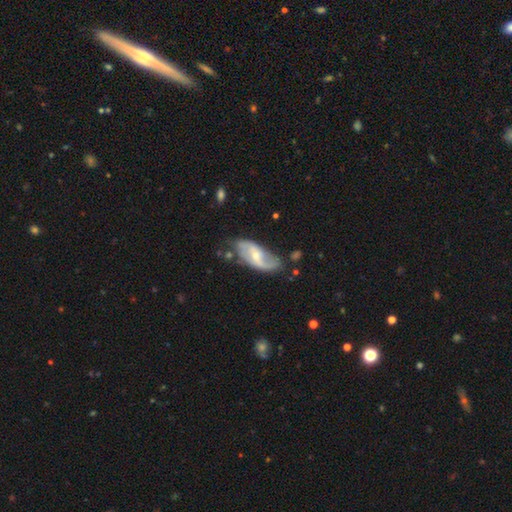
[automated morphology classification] The model was most divided on "bar": weak: 45%, no: 35%, strong: 20%. More confident: edge-on disk — no (93%); spiral arms — yes (87%); spiral arm count — 2 (79%); smooth or featured — featured or disk (72%); merging — none (61%); spiral winding — loose (58%); bulge size — small (53%).